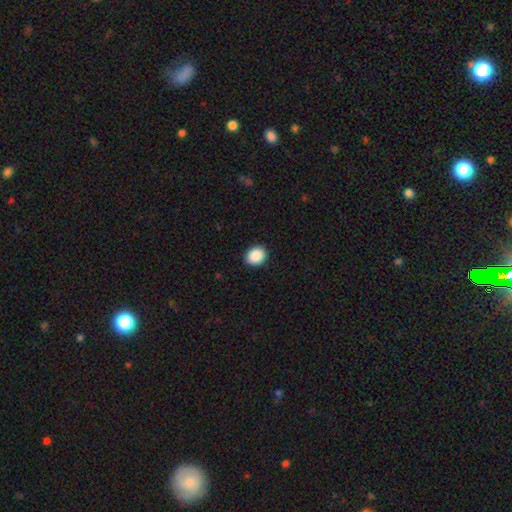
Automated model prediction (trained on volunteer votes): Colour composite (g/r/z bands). It shows a smooth galaxy with no disk features (90%) that is round (58%). Merging: none (91%).